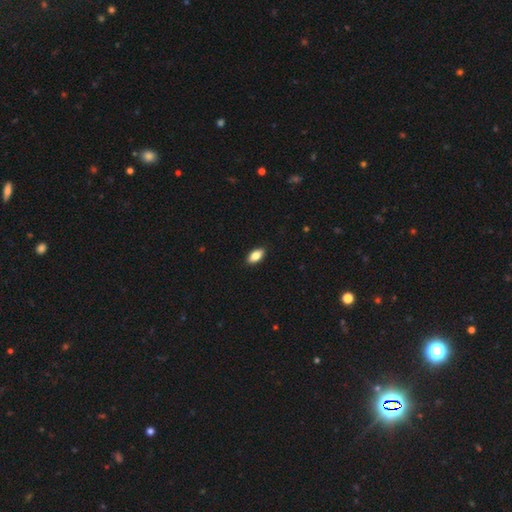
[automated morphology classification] This is clearly a smooth galaxy (83%). How rounded: clearly in between (90%). Merging: clearly none (90%).